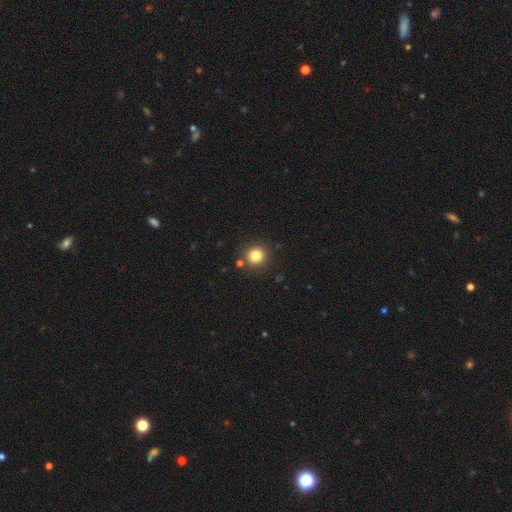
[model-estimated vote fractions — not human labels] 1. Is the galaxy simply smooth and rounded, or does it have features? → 82% smooth, 12% star or artifact, 6% featured or disk.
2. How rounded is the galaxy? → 93% round, 6% in between, 1% cigar-shaped.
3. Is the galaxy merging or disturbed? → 86% none, 7% minor disturbance, 5% merger, 3% major disturbance.